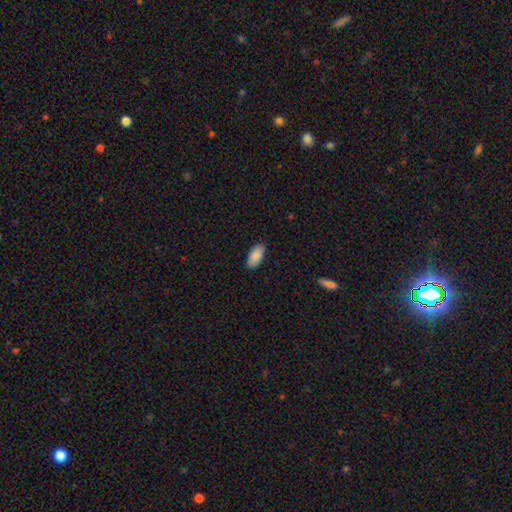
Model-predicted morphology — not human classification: smooth-or-featured: smooth: 88% | star or artifact: 6% | featured or disk: 5%
  how-rounded: in between: 94% | cigar-shaped: 5% | round: 2%
  merging: none: 87% | minor disturbance: 10% | major disturbance: 2% | merger: 1%